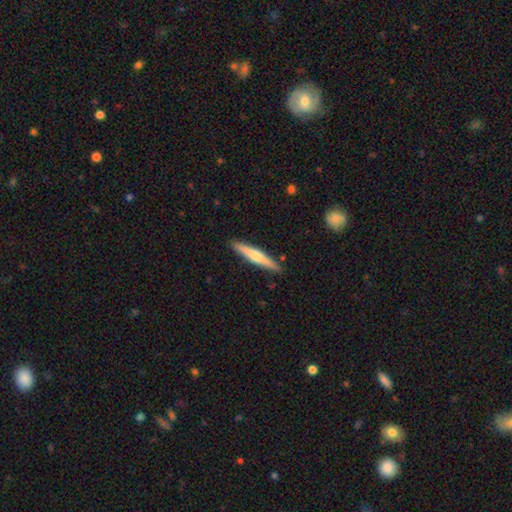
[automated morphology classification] featured or disk 48%, smooth 47%, star or artifact 5%. Down the decision tree: merging — none (90%).